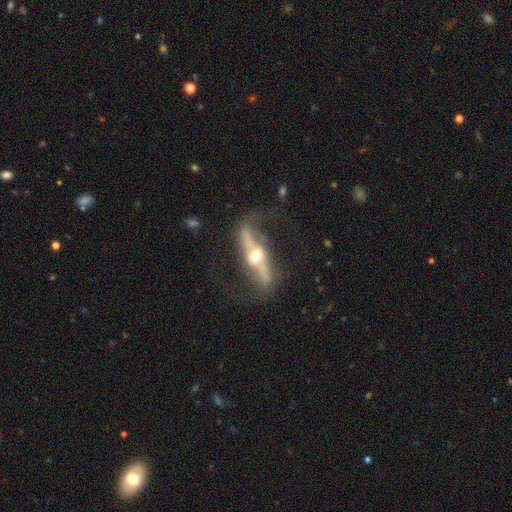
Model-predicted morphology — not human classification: Smooth or featured? featured or disk (85%)
Edge-on disk? no (63%)
Bar? strong (46%)
Spiral arms? yes (89%)
Bulge size? moderate (69%)
Merging? none (65%)